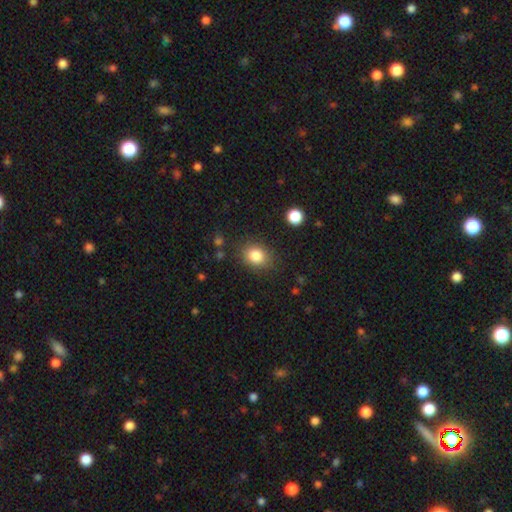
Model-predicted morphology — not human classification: The model was most divided on "how rounded": round: 52%, in between: 47%, cigar-shaped: 1%. More confident: smooth or featured — smooth (83%); merging — none (83%).